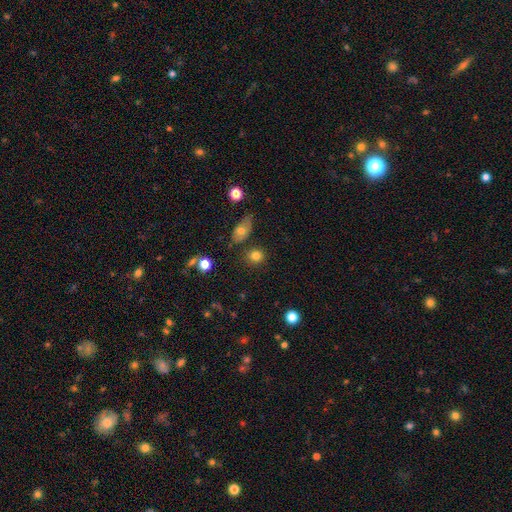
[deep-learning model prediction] smooth 80%, star or artifact 11%, featured or disk 9%. Down the decision tree: how rounded — round (75%); merging — none (79%).